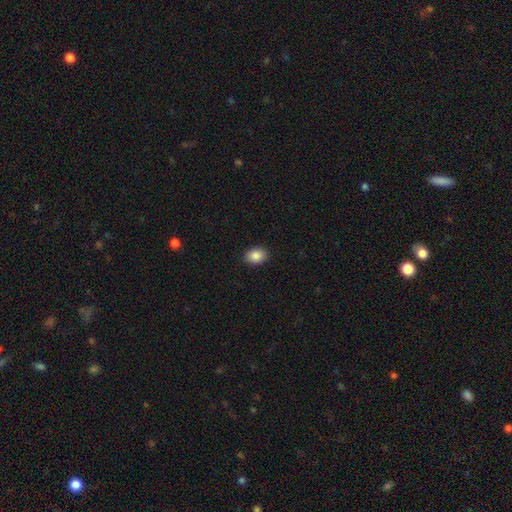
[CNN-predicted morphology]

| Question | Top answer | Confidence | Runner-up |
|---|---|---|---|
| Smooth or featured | smooth | 88% | star or artifact (8%) |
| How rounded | in between | 72% | round (27%) |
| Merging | none | 90% | minor disturbance (7%) |